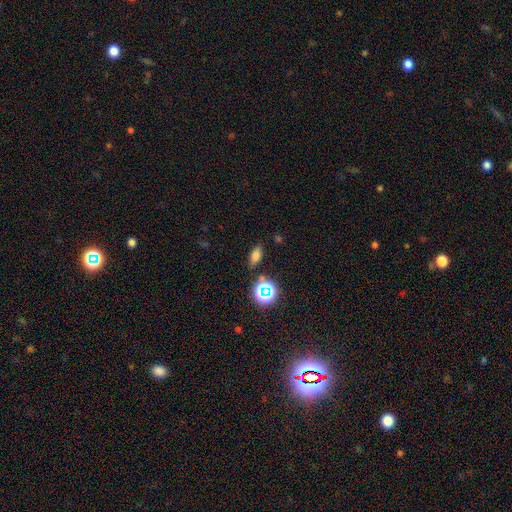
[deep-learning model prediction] The model was most divided on "smooth or featured": smooth: 69%, star or artifact: 19%, featured or disk: 12%. More confident: merging — none (83%); how rounded — in between (76%).